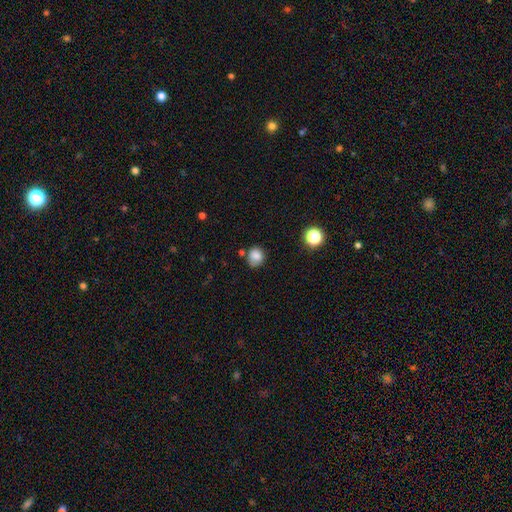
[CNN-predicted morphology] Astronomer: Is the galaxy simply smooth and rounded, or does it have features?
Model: smooth — 82%.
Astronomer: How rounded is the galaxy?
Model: round — 74%.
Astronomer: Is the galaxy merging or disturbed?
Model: none — 66%.